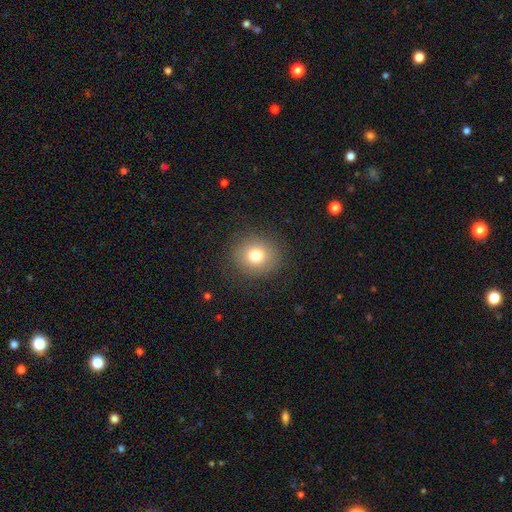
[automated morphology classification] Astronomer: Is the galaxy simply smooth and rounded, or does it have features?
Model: smooth — 76%.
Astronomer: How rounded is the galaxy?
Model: round — 85%.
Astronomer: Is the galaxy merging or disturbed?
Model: none — 87%.